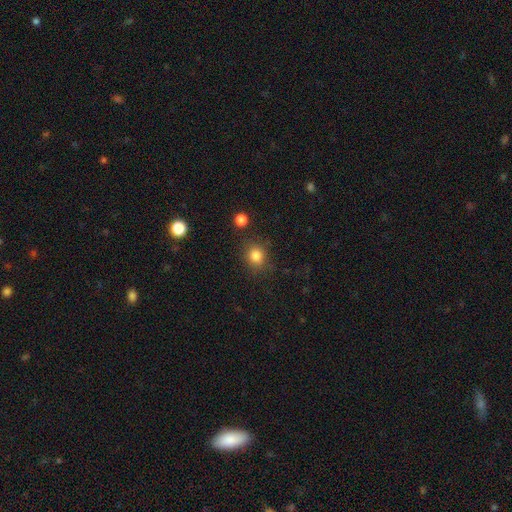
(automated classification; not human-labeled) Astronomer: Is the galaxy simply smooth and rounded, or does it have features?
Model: smooth — 83%.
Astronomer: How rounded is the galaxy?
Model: round — 78%.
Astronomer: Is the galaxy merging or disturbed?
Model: none — 82%.